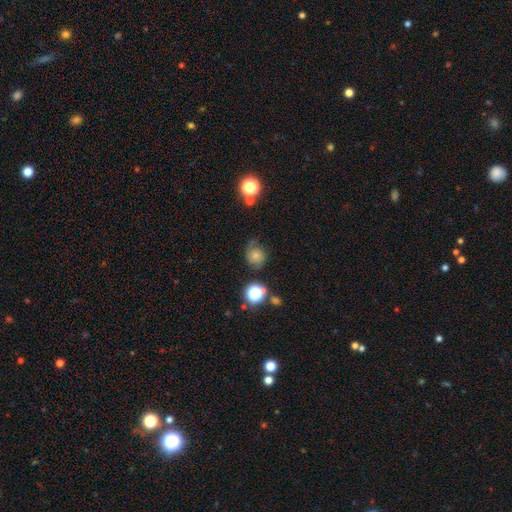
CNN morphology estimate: type=smooth (56%); roundness=round (81%); merging=none (55%).